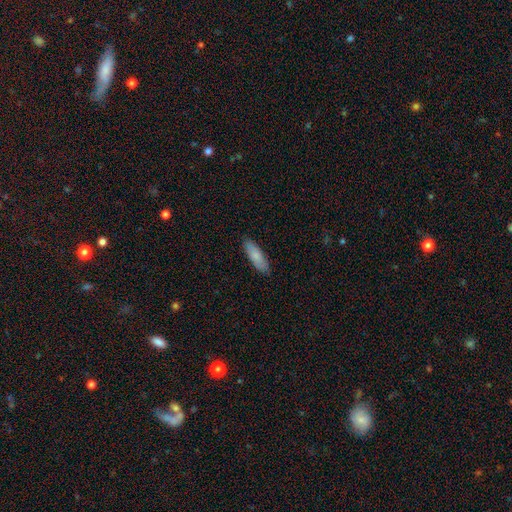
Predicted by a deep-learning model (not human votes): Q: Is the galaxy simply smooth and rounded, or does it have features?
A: smooth — 83%.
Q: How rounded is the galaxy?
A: in between — 53%.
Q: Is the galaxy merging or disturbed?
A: none — 87%.